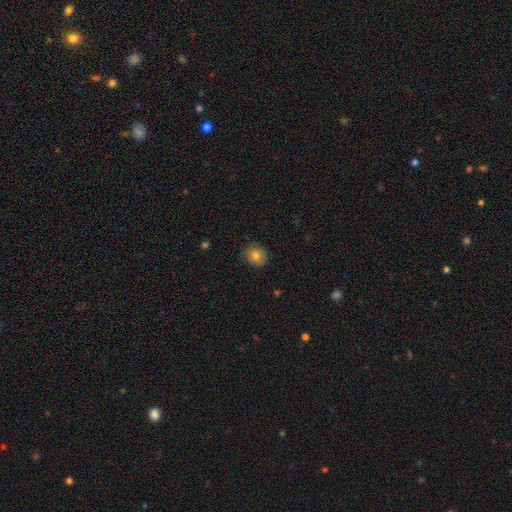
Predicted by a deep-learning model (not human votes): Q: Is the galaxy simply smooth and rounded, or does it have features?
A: smooth — 76%.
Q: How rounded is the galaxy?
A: round — 81%.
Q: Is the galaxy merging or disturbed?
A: none — 79%.